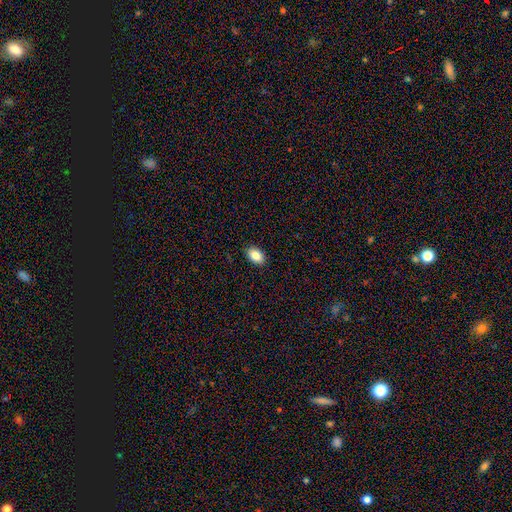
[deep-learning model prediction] A smooth galaxy with no disk features (86%) that is in between round and cigar-shaped (87%).

Vote fractions:
- Smooth or featured? smooth: 86% / star or artifact: 8% / featured or disk: 6%
- How rounded? in between: 87% / round: 12% / cigar-shaped: 1%
- Merging? none: 90% / minor disturbance: 8% / major disturbance: 2% / merger: 1%